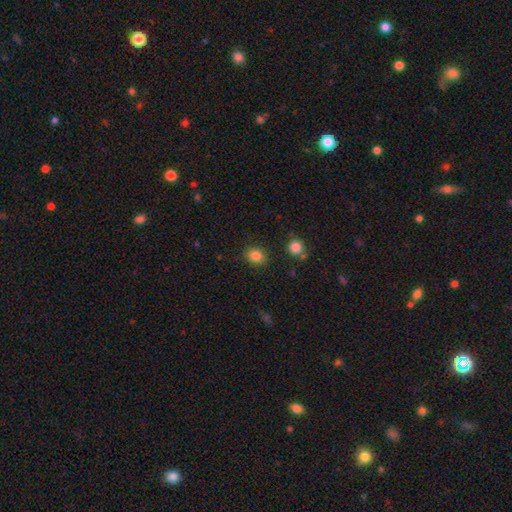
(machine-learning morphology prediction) Overall: smooth (84%). How rounded: round (58%; in between 41%). Merging: none (86%).